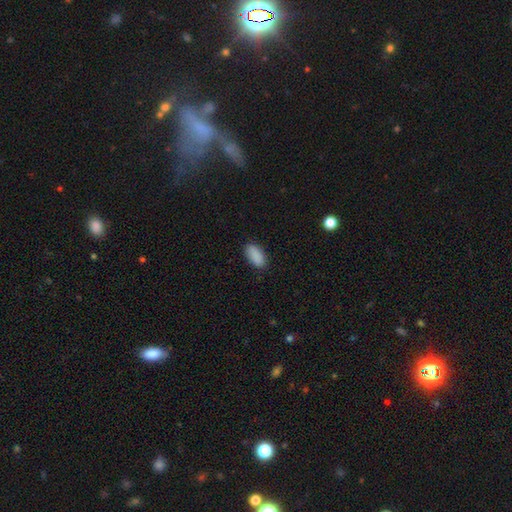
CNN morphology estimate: smooth-or-featured: smooth: 90% | star or artifact: 7% | featured or disk: 3%
  how-rounded: in between: 91% | cigar-shaped: 6% | round: 3%
  merging: none: 87% | minor disturbance: 10% | major disturbance: 2% | merger: 1%